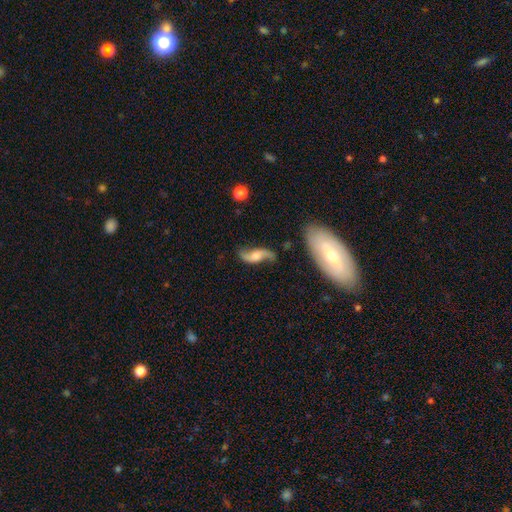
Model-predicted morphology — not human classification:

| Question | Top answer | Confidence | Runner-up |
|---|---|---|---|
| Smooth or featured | featured or disk | 79% | smooth (14%) |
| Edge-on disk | no | 90% | yes (10%) |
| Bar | no | 57% | weak (34%) |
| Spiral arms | yes | 95% | no (5%) |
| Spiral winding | loose | 86% | medium (11%) |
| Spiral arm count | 2 | 93% | can't tell (2%) |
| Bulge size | moderate | 45% | small (26%) |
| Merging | none | 71% | minor disturbance (18%) |